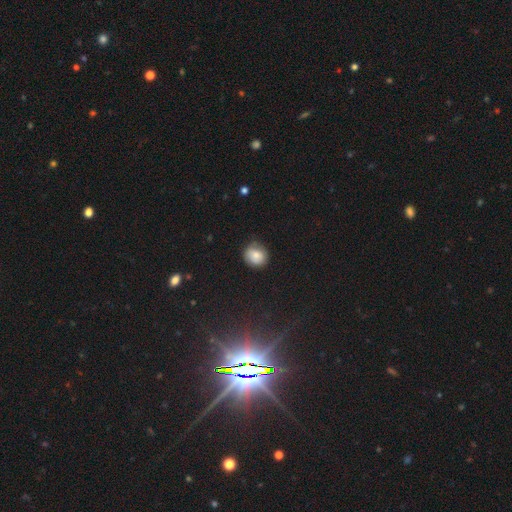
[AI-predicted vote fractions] Smooth or featured?
  - smooth: 76% *
  - featured or disk: 14%
  - star or artifact: 10%
How rounded?
  - round: 80% *
  - in between: 19%
  - cigar-shaped: 1%
Merging?
  - none: 73% *
  - minor disturbance: 21%
  - major disturbance: 4%
  - merger: 2%